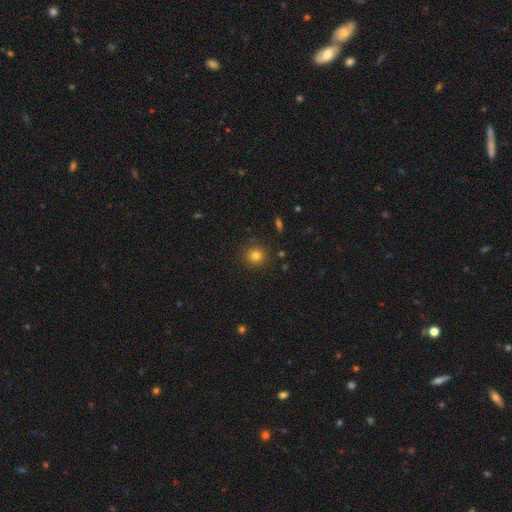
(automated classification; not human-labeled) Smooth or featured? Predicted: smooth (p=0.80). How rounded? Predicted: round (p=0.92). Merging? Predicted: none (p=0.88).